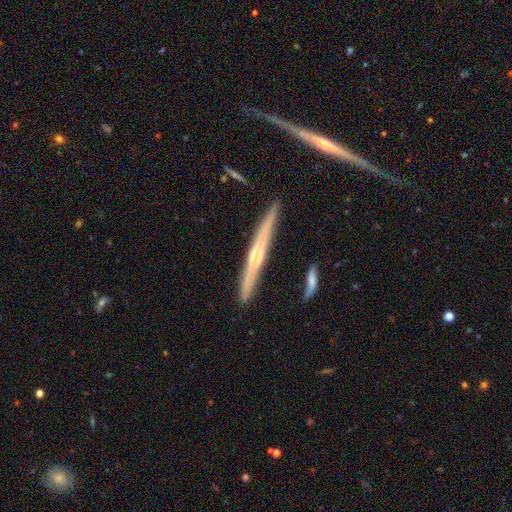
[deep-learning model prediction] The model was most divided on "edge-on bulge": rounded: 55%, none: 36%, boxy: 9%. More confident: edge-on disk — yes (96%); merging — none (87%); smooth or featured — featured or disk (68%).